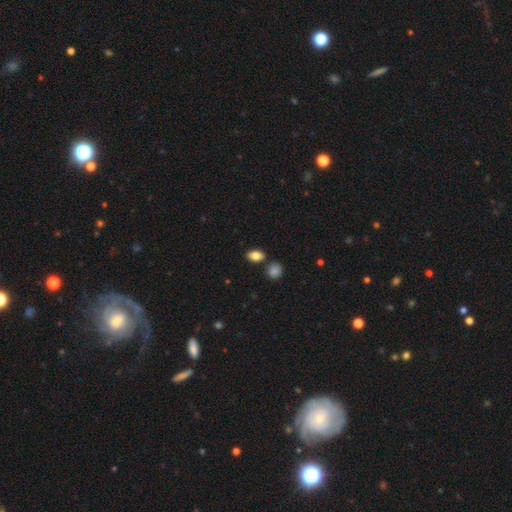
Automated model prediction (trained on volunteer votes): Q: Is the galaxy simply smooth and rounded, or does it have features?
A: smooth — 84%.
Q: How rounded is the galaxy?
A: in between — 84%.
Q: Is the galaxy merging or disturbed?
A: none — 79%.